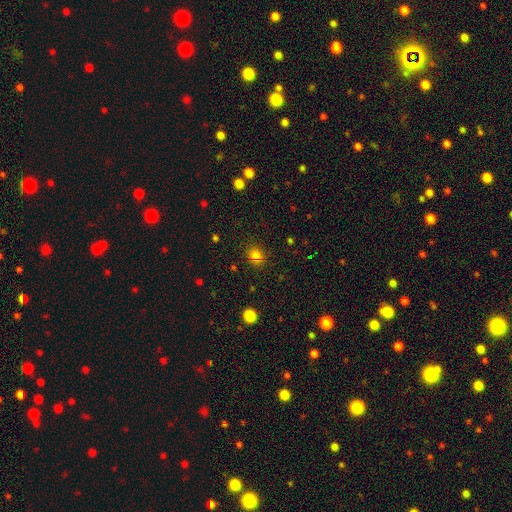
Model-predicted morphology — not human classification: Smooth or featured: smooth — 77% (star or artifact — 17%)
How rounded: round — 74% (in between — 25%)
Merging: none — 83% (minor disturbance — 11%)